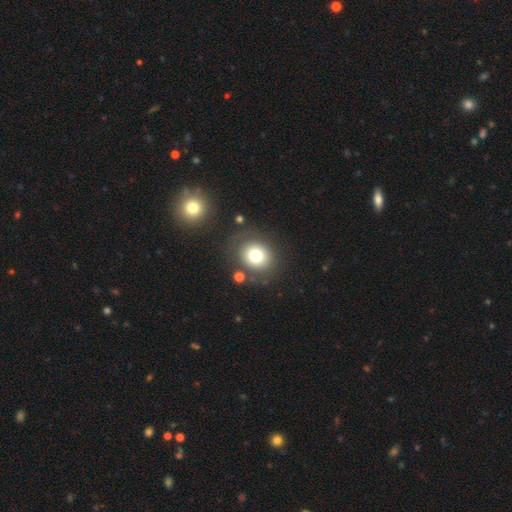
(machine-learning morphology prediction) smooth-or-featured: smooth: 76% | featured or disk: 12% | star or artifact: 12%
  how-rounded: round: 75% | in between: 24% | cigar-shaped: 1%
  merging: none: 79% | minor disturbance: 11% | merger: 6% | major disturbance: 5%